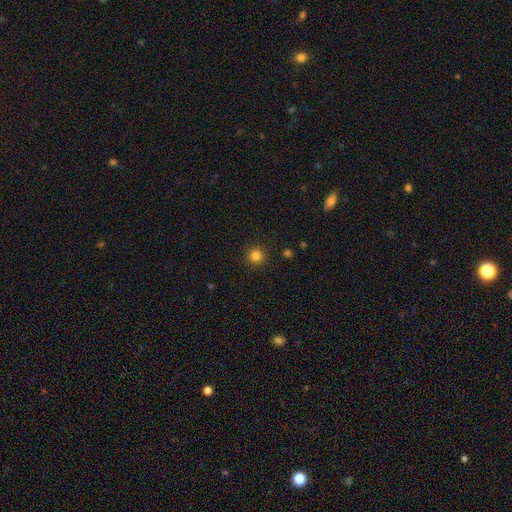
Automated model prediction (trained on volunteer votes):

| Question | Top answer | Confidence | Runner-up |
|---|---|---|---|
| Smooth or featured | smooth | 83% | star or artifact (13%) |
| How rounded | round | 95% | in between (4%) |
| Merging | none | 92% | minor disturbance (5%) |